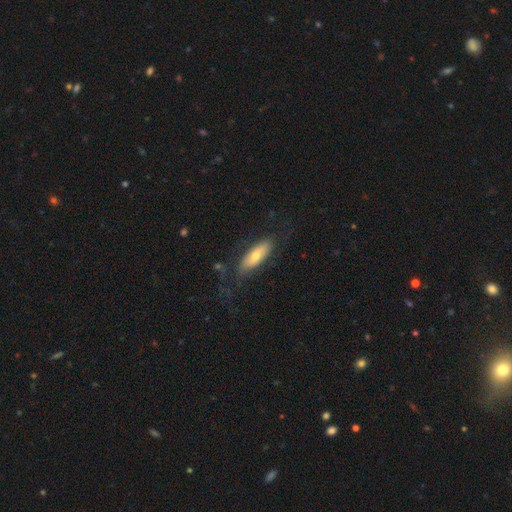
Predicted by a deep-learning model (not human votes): Smooth or featured: smooth — 57% (featured or disk — 36%)
How rounded: in between — 60% (cigar-shaped — 37%)
Merging: none — 68% (minor disturbance — 19%)